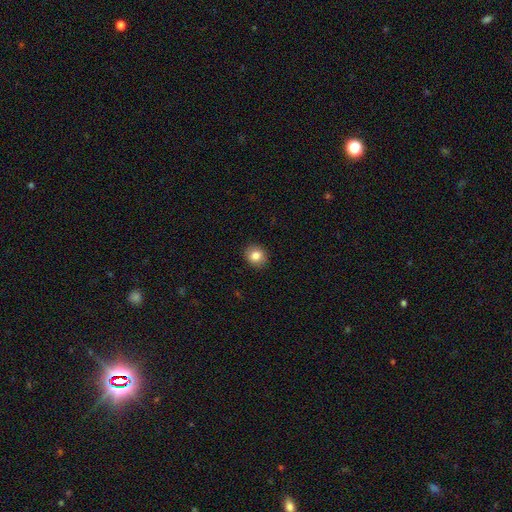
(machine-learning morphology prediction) A smooth galaxy with no disk features (83%) that is round (80%).

Vote fractions:
- Smooth or featured? smooth: 83% / star or artifact: 10% / featured or disk: 7%
- How rounded? round: 80% / in between: 19% / cigar-shaped: 1%
- Merging? none: 91% / minor disturbance: 7% / major disturbance: 2% / merger: 1%